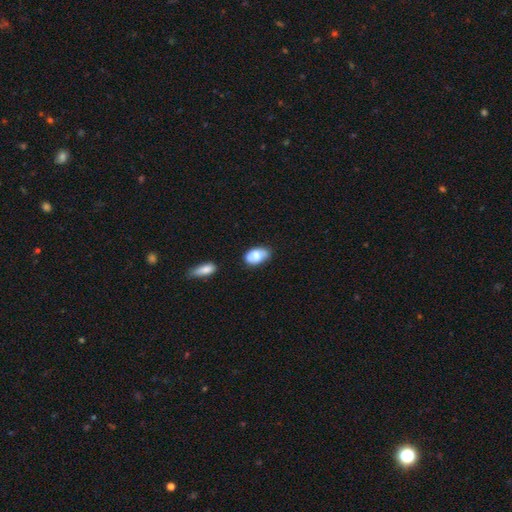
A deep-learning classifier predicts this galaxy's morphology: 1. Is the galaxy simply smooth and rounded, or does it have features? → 78% smooth, 15% featured or disk, 7% star or artifact.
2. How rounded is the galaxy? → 91% in between, 7% round, 2% cigar-shaped.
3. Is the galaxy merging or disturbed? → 66% none, 25% minor disturbance, 5% merger, 4% major disturbance.